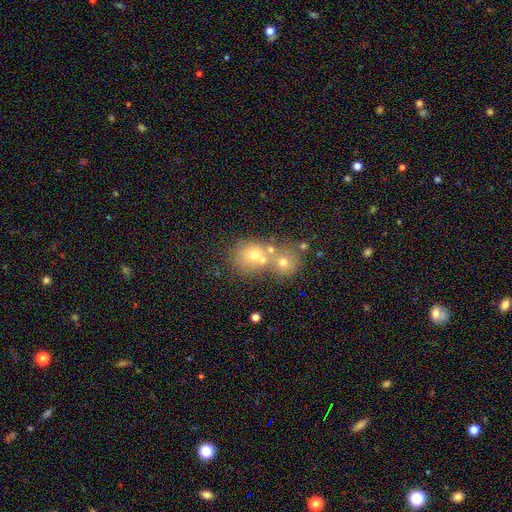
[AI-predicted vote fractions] This is possibly a smooth galaxy (59%). How rounded: likely round (72%). Merging: possibly merger (57%).